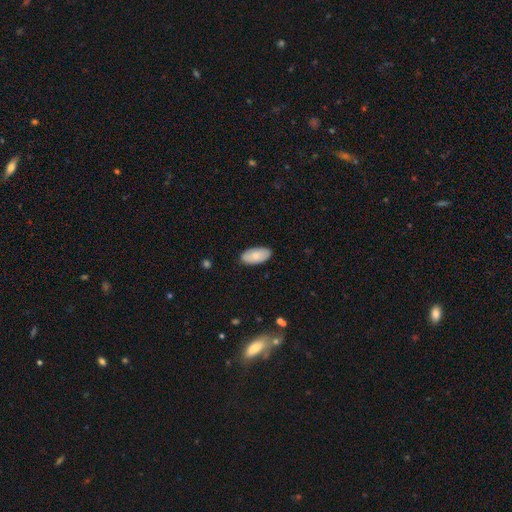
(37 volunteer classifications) smooth-or-featured: smooth: 73% | featured or disk: 22% | star or artifact: 5%
  how-rounded: in between: 96% | round: 4% | cigar-shaped: 0%
  merging: none: 91% | minor disturbance: 9% | major disturbance: 0% | merger: 0%